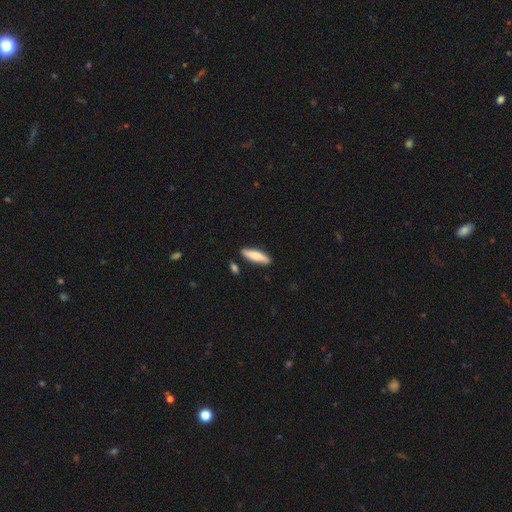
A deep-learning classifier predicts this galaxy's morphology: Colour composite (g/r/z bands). It shows a smooth galaxy with no disk features (77%) that is cigar-shaped (70%). Merging: none (85%).